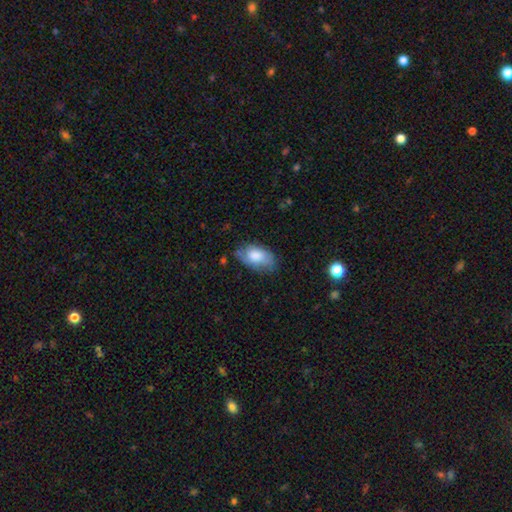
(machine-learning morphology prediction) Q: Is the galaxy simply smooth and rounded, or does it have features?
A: smooth — 74%.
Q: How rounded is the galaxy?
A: in between — 94%.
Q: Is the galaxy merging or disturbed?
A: none — 62%.